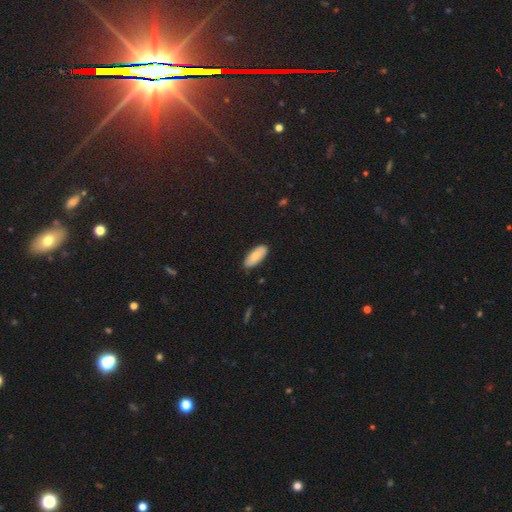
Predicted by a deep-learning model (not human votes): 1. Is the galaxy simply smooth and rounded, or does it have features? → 77% smooth, 17% featured or disk, 6% star or artifact.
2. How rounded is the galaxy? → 86% in between, 12% cigar-shaped, 2% round.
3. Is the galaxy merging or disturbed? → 85% none, 12% minor disturbance, 2% major disturbance, 1% merger.